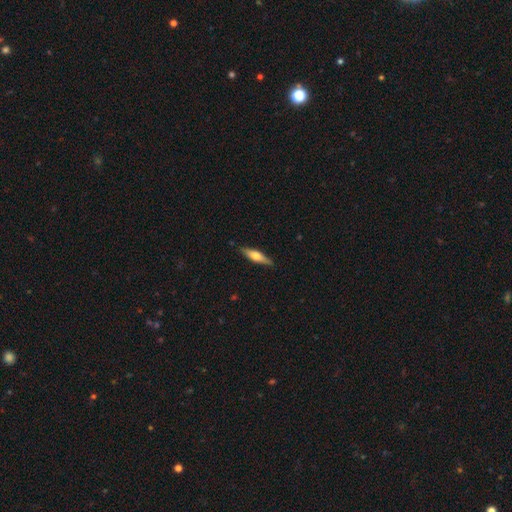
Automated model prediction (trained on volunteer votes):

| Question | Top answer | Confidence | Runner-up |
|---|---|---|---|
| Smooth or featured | smooth | 48% | featured or disk (46%) |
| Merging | none | 88% | minor disturbance (9%) |